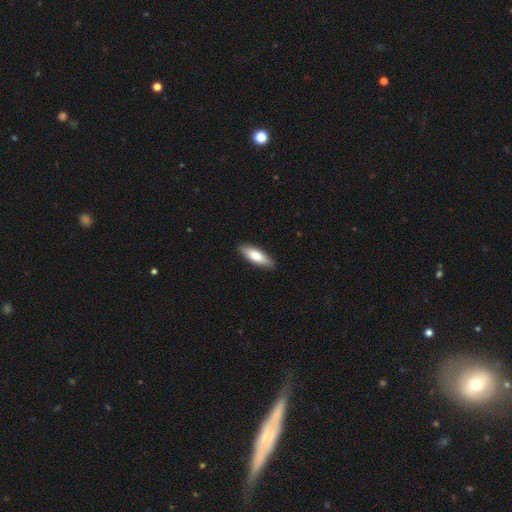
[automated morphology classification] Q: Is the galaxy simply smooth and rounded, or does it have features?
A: smooth — 76%.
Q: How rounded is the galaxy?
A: in between — 57%.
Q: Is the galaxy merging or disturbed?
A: none — 89%.